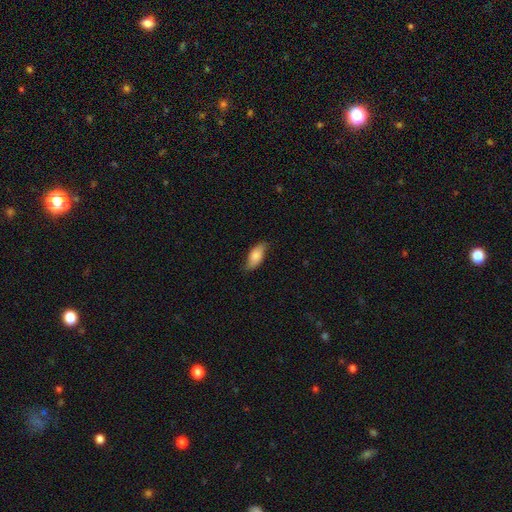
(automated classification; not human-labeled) The model was most divided on "merging": none: 73%, minor disturbance: 21%, major disturbance: 4%, merger: 1%. More confident: how rounded — in between (84%); smooth or featured — smooth (76%).